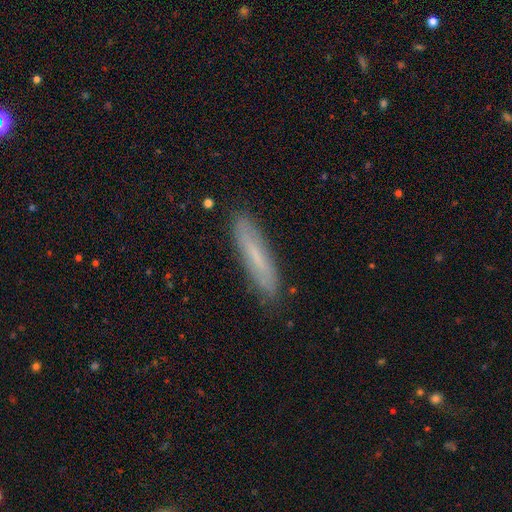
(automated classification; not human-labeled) smooth 57%, featured or disk 36%, star or artifact 8%. Down the decision tree: how rounded — cigar-shaped (86%); merging — none (83%).